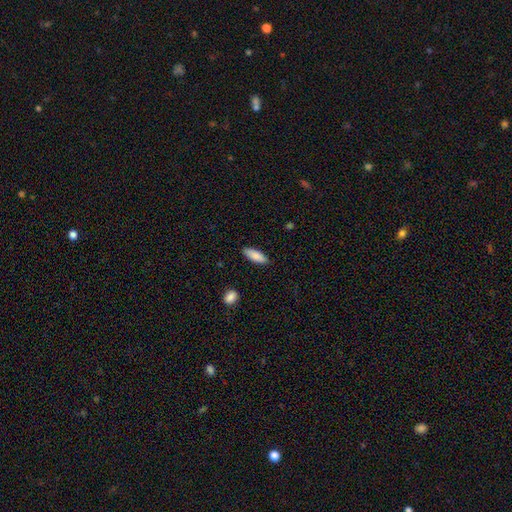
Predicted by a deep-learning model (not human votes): Overall: smooth (86%). How rounded: in between (66%; cigar-shaped 32%). Merging: none (86%).